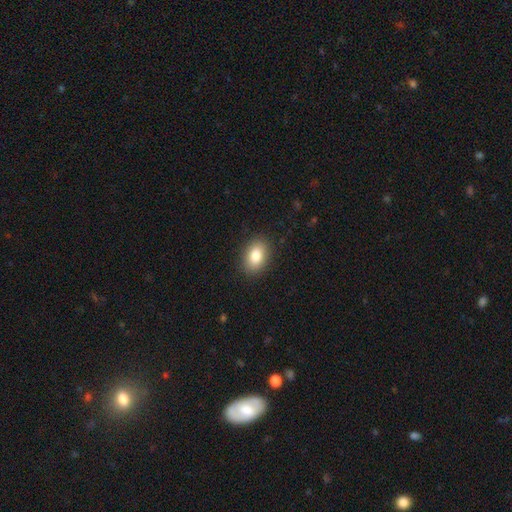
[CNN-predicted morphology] A smooth galaxy with no disk features (84%) that is in between round and cigar-shaped (82%). Merging: none (88%).